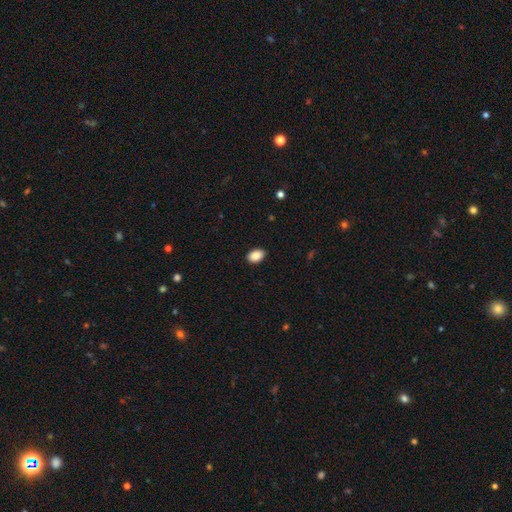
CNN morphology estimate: Overall: smooth (89%). How rounded: in between (86%). Merging: none (89%).